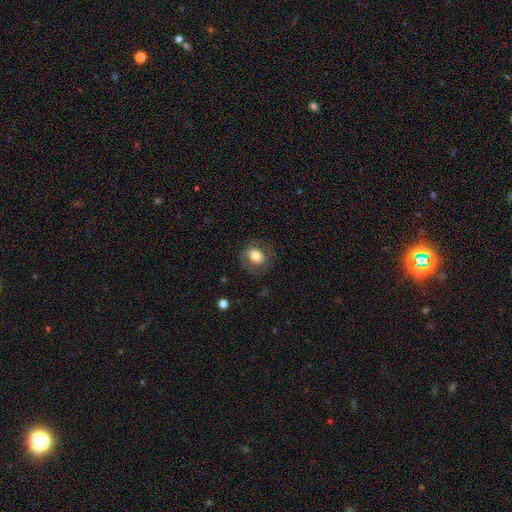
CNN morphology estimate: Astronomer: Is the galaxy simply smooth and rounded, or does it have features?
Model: smooth — 70%.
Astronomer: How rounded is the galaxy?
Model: round — 53% (runner-up: in between, 46%).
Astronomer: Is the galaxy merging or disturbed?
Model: none — 76%.